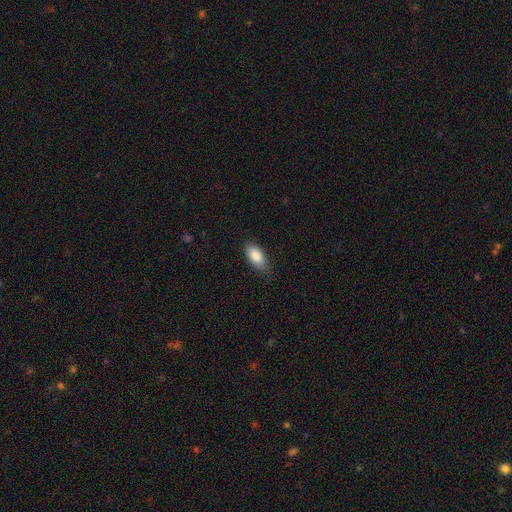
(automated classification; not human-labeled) Smooth or featured? Predicted: smooth (p=0.86). How rounded? Predicted: in between (p=0.89). Merging? Predicted: none (p=0.79).